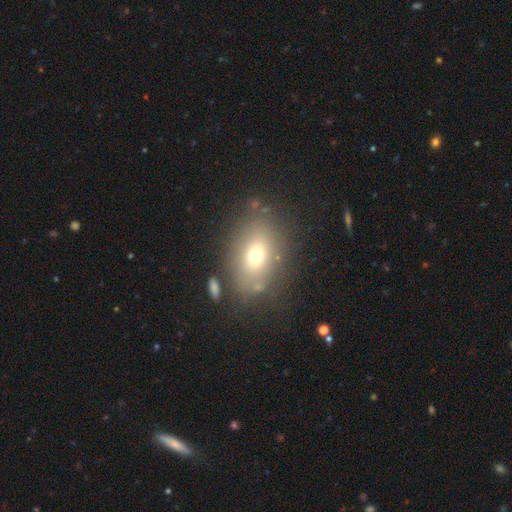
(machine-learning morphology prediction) smooth 67%, featured or disk 20%, star or artifact 13%. Down the decision tree: how rounded — in between (77%); merging — none (75%).